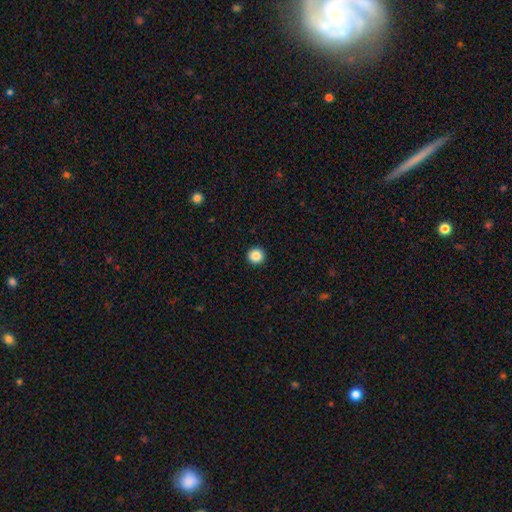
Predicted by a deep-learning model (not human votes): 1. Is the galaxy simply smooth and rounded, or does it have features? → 87% smooth, 10% star or artifact, 3% featured or disk.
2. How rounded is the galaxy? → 96% round, 3% in between, 1% cigar-shaped.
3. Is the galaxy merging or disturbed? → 94% none, 4% minor disturbance, 1% major disturbance, 1% merger.